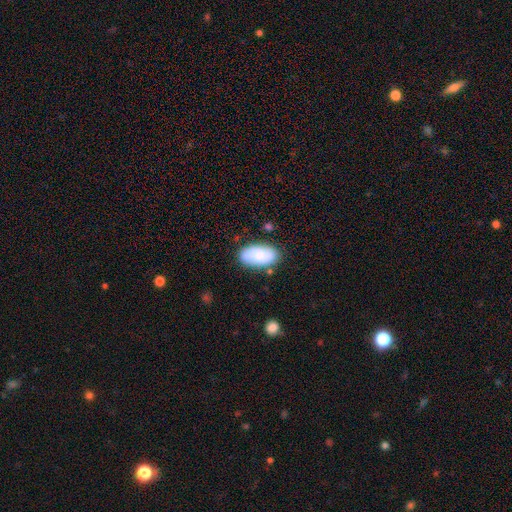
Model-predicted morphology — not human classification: type=smooth (85%); roundness=in between (95%); merging=none (80%).